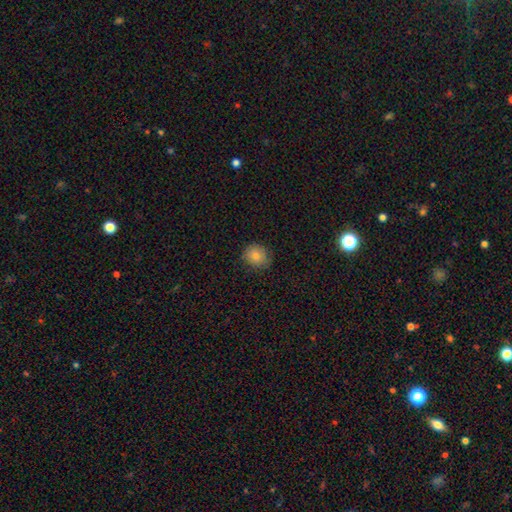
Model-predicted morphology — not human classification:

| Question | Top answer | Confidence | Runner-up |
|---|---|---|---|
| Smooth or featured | smooth | 81% | star or artifact (12%) |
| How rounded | round | 76% | in between (23%) |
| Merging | none | 84% | minor disturbance (13%) |